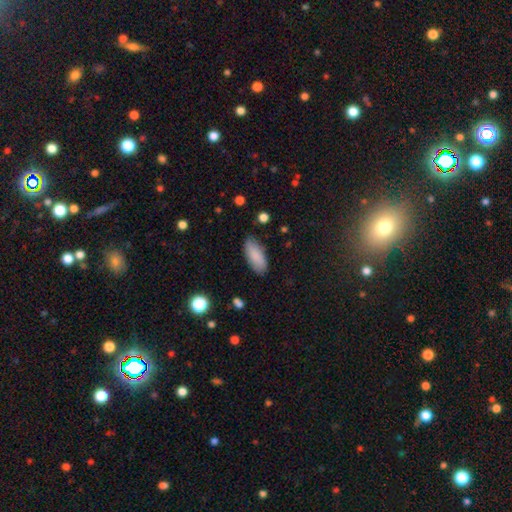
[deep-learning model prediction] This appears to be a smooth galaxy with no disk features (87%) that is in between round and cigar-shaped (84%). Merging: none (83%).